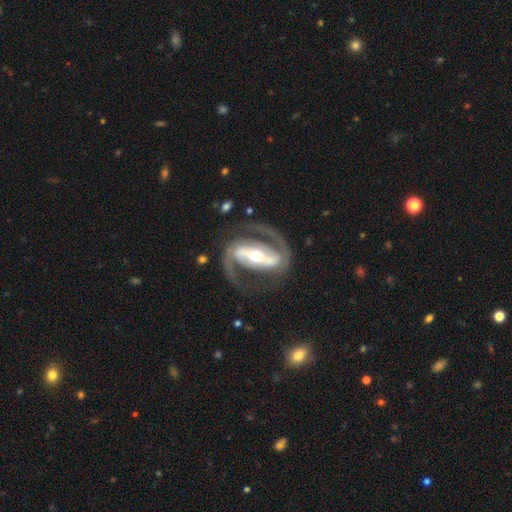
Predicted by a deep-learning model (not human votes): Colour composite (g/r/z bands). It shows a featured or disk galaxy (93%) with a strong bar (73%), 2 (93%) medium (58%) spiral arms (97%) and a moderate central bulge (60%). Merging: none (79%).